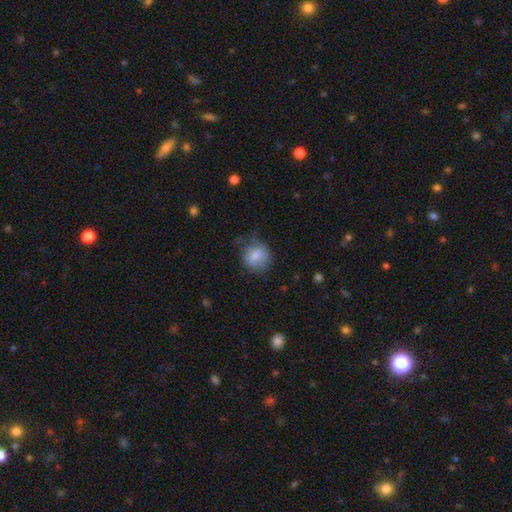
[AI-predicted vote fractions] This is likely a smooth galaxy (77%). How rounded: likely round (74%). Merging: possibly none (59%).